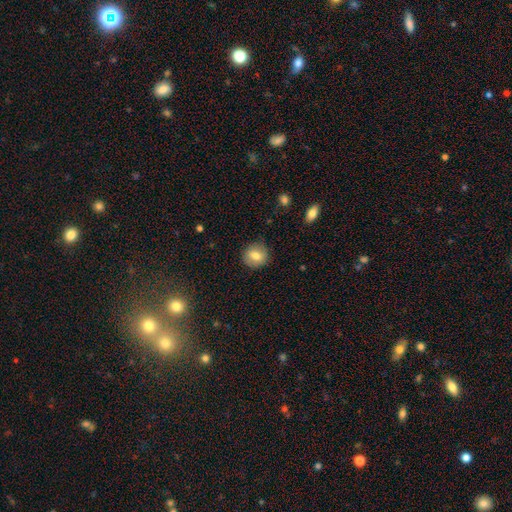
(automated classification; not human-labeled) A smooth galaxy with no disk features (74%) that is round (84%).

Vote fractions:
- Smooth or featured? smooth: 74% / featured or disk: 17% / star or artifact: 9%
- How rounded? round: 84% / in between: 15% / cigar-shaped: 1%
- Merging? none: 86% / minor disturbance: 10% / major disturbance: 3% / merger: 1%